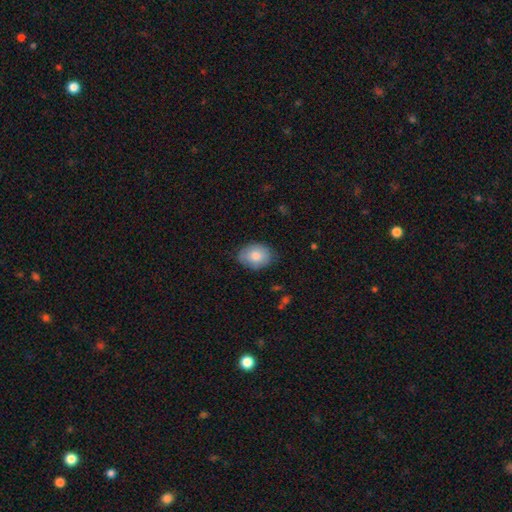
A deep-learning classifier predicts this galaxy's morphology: smooth-or-featured: smooth: 79% | featured or disk: 14% | star or artifact: 7%
  how-rounded: in between: 72% | round: 27% | cigar-shaped: 1%
  merging: none: 77% | minor disturbance: 19% | major disturbance: 3% | merger: 1%